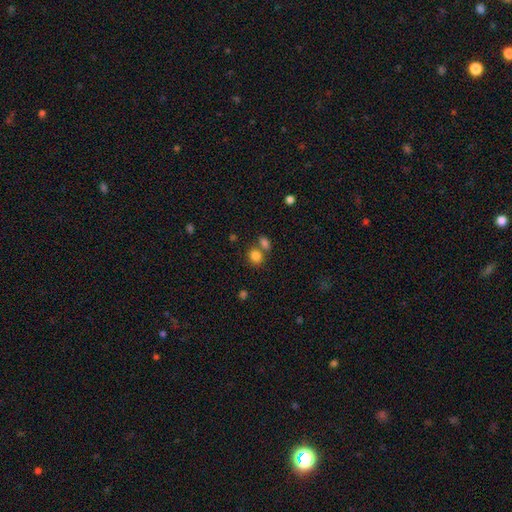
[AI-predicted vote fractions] The model was most divided on "how rounded": round: 62%, in between: 37%, cigar-shaped: 1%. More confident: smooth or featured — smooth (83%); merging — none (56%).